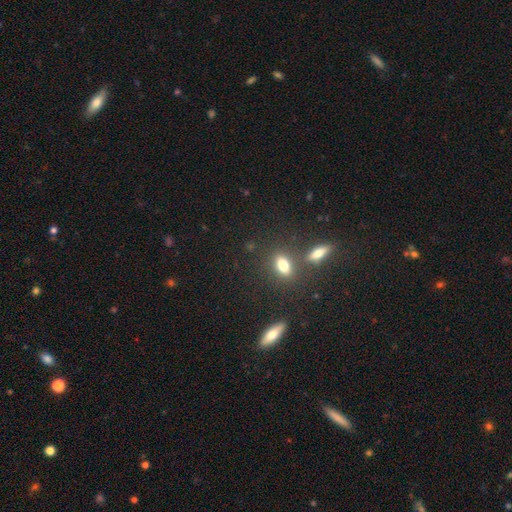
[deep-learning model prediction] Smooth or featured? smooth (48%)
Merging? none (59%)